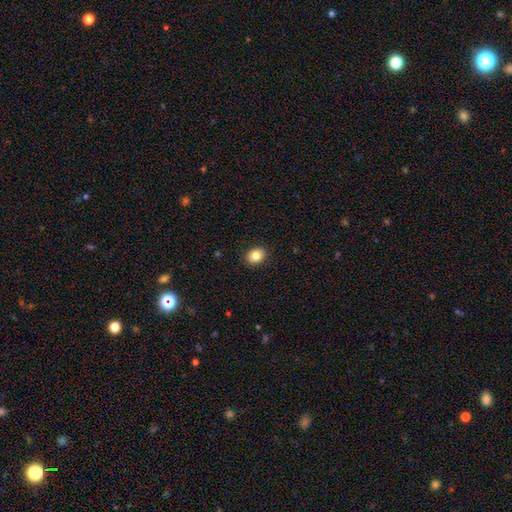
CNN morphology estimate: Q: Smooth or featured?
A: smooth (84%); runner-up: star or artifact (9%)
Q: How rounded?
A: in between (53%); runner-up: round (47%)
Q: Merging?
A: none (90%); runner-up: minor disturbance (7%)